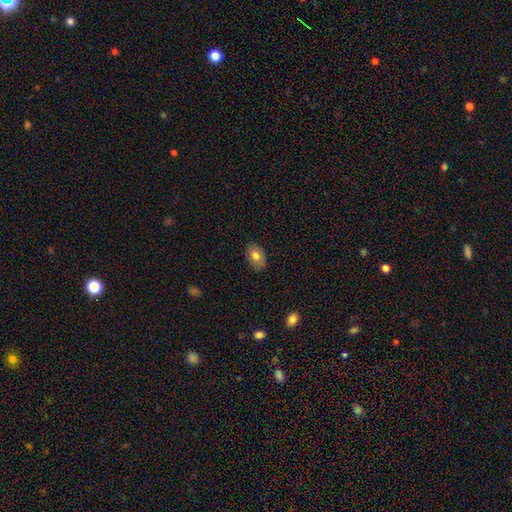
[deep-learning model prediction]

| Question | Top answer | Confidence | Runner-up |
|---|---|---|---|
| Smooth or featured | smooth | 76% | featured or disk (16%) |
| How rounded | in between | 88% | round (10%) |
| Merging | none | 84% | minor disturbance (12%) |